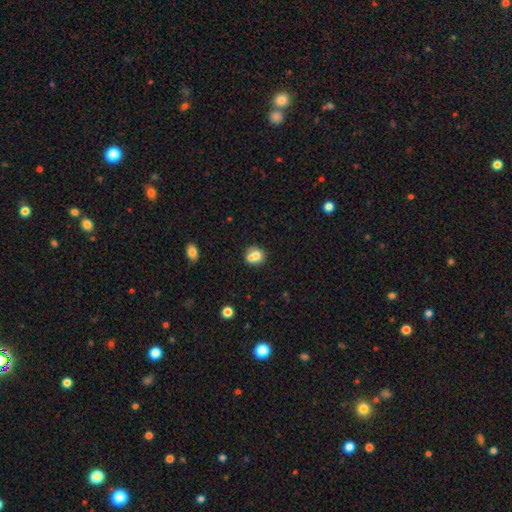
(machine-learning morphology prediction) A smooth galaxy with no disk features (73%) that is round (71%). Merging: none (46%).